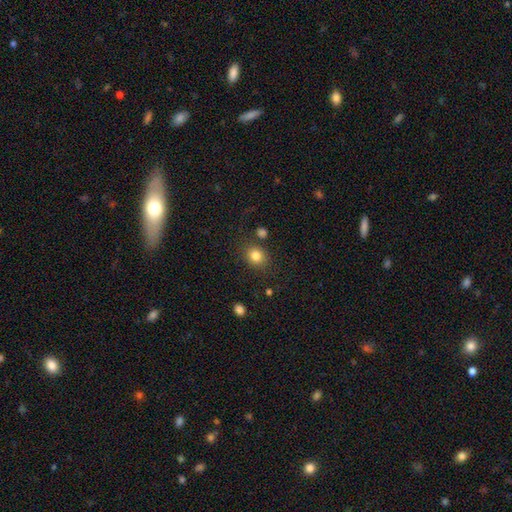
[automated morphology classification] smooth 83%, star or artifact 11%, featured or disk 6%. Down the decision tree: how rounded — round (67%); merging — none (80%).